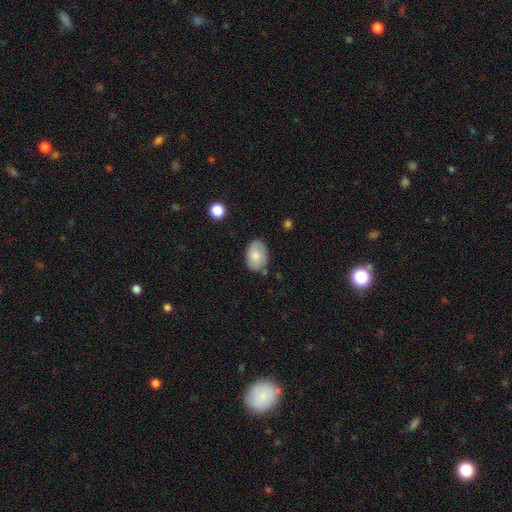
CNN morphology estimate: A smooth galaxy with no disk features (79%) that is in between round and cigar-shaped (85%).

Vote fractions:
- Smooth or featured? smooth: 79% / featured or disk: 14% / star or artifact: 7%
- How rounded? in between: 85% / round: 14% / cigar-shaped: 1%
- Merging? none: 75% / minor disturbance: 18% / major disturbance: 4% / merger: 3%